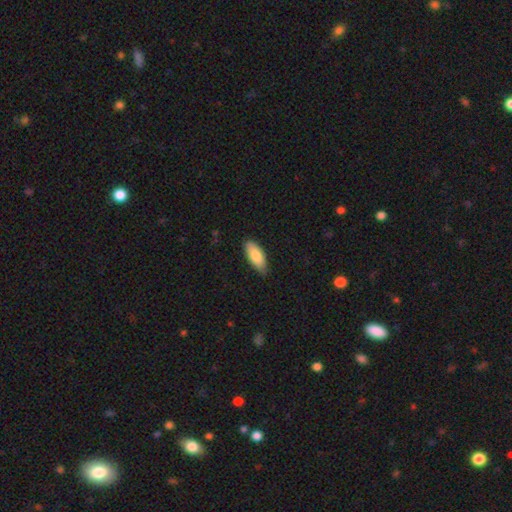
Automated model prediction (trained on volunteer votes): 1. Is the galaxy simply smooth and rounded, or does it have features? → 83% smooth, 12% featured or disk, 6% star or artifact.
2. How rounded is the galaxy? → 78% in between, 20% cigar-shaped, 2% round.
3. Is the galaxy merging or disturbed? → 81% none, 16% minor disturbance, 2% major disturbance, 1% merger.